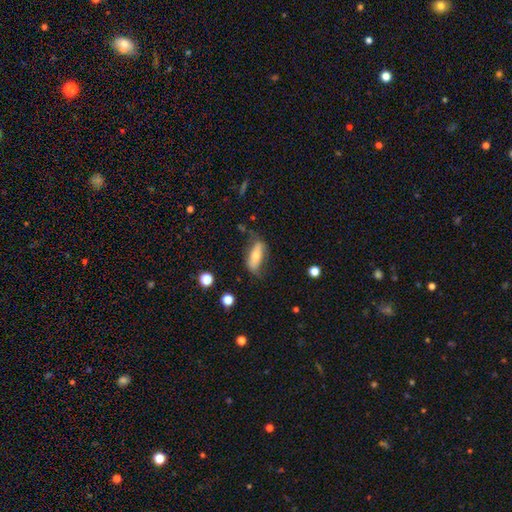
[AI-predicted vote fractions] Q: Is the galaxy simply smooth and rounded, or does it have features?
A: smooth — 51%.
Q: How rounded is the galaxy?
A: in between — 72%.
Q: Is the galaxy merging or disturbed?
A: none — 58%.